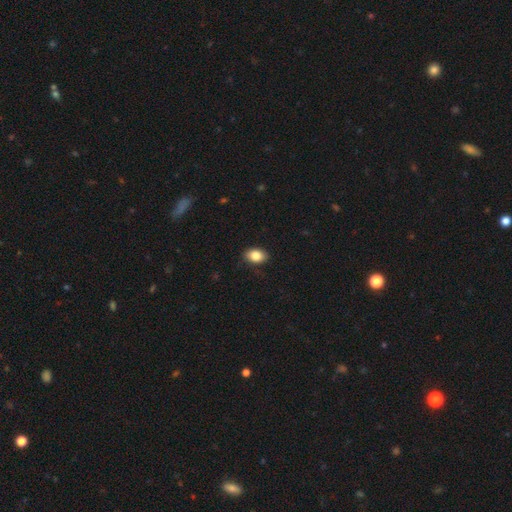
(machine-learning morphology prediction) Smooth or featured? smooth (85%)
How rounded? in between (82%)
Merging? none (85%)